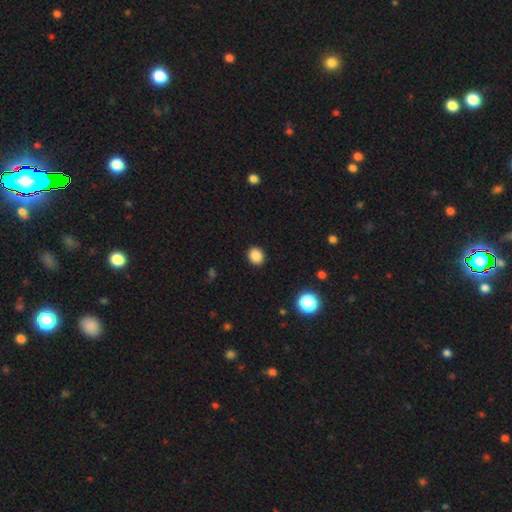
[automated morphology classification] This appears to be a smooth galaxy with no disk features (87%) that is round (66%). Merging: none (91%).